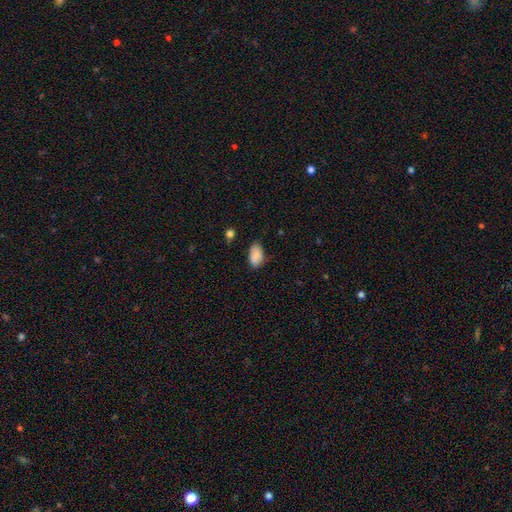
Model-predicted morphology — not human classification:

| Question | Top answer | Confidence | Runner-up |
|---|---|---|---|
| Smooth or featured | smooth | 86% | star or artifact (7%) |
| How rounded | in between | 93% | round (6%) |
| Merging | none | 67% | minor disturbance (26%) |